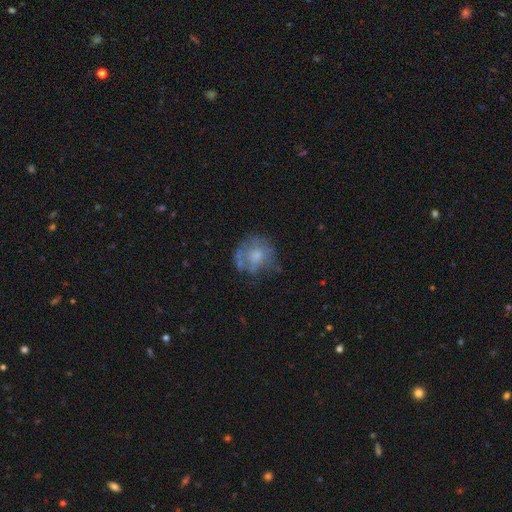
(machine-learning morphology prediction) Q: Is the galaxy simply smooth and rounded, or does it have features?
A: smooth — 50%.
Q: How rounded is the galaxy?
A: round — 81%.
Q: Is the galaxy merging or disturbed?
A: none — 52%.